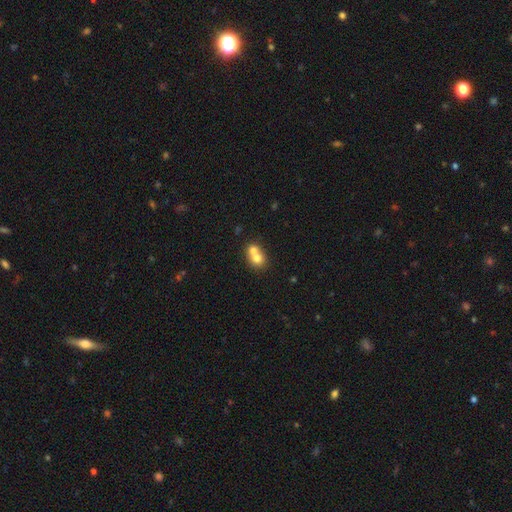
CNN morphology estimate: smooth_or_featured: smooth (p=0.70) [alt: featured or disk p=0.20]
how_rounded: round (p=0.71) [alt: in between p=0.28]
merging: merger (p=0.68) [alt: none p=0.25]